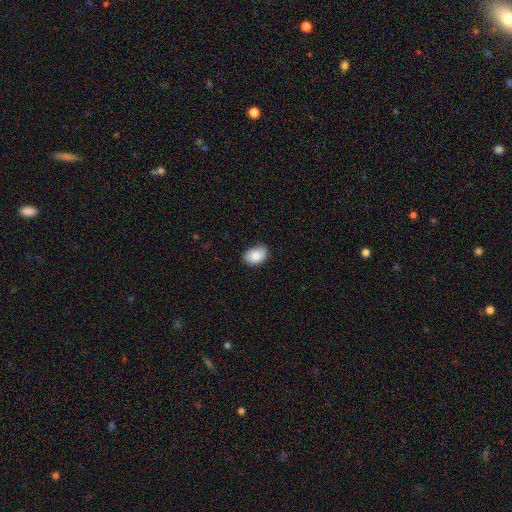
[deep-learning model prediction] Morphology: type=smooth (87%); roundness=in between (82%); merging=none (73%).